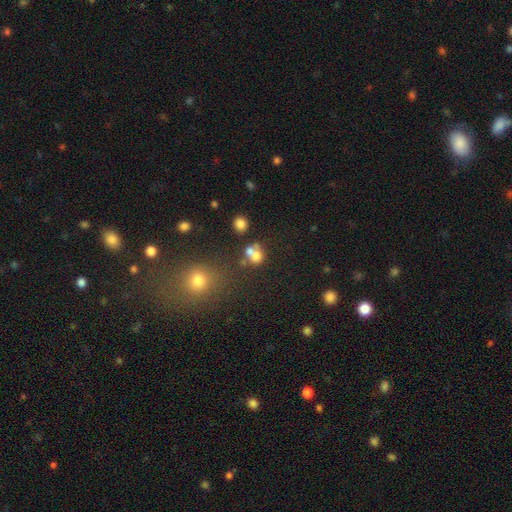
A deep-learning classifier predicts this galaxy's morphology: A smooth galaxy with no disk features (68%) that is round (72%). Merging: merger (49%).